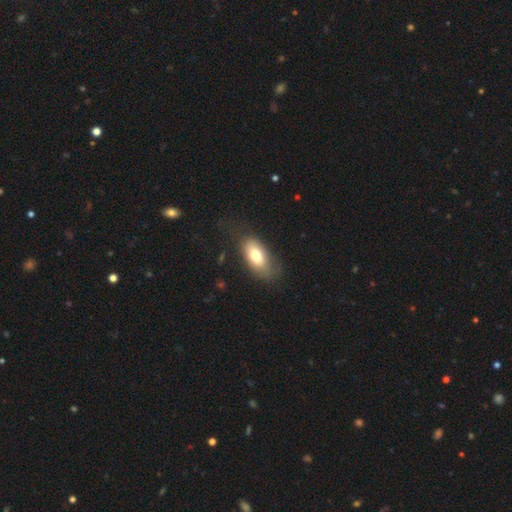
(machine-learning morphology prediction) This is likely a smooth galaxy (74%). How rounded: clearly in between (91%). Merging: likely none (64%).